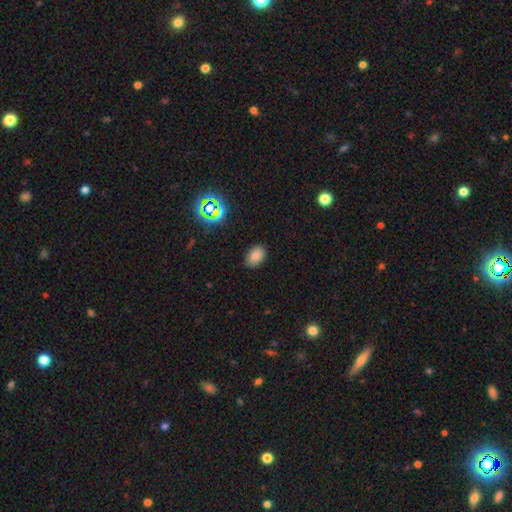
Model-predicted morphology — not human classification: Smooth or featured: smooth — 81% (star or artifact — 14%)
How rounded: in between — 85% (round — 14%)
Merging: none — 85% (minor disturbance — 11%)